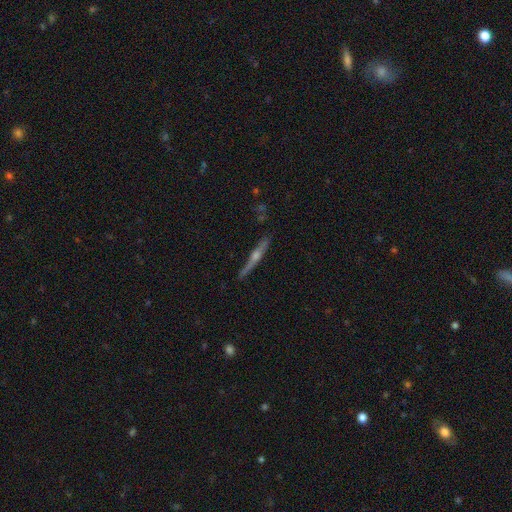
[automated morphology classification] The model was most divided on "smooth or featured": featured or disk: 77%, smooth: 17%, star or artifact: 6%. More confident: edge-on disk — yes (98%); edge-on bulge — rounded (88%); merging — none (86%).